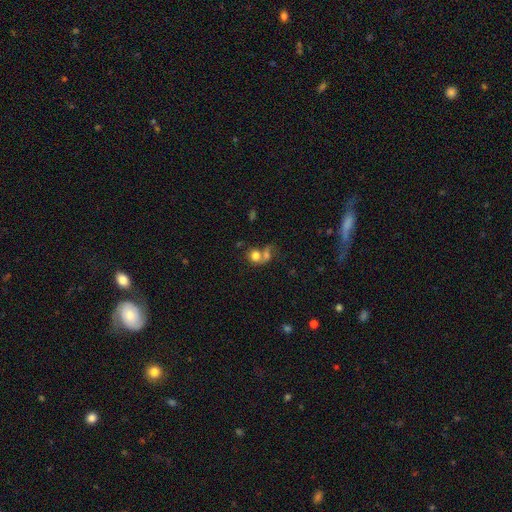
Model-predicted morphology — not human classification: Smooth or featured? smooth (74%)
How rounded? round (68%)
Merging? merger (56%)